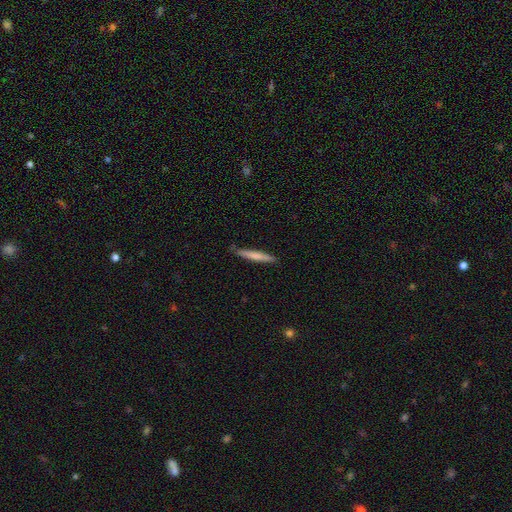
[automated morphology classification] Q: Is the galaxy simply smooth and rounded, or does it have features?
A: smooth — 68%.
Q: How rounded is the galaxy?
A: cigar-shaped — 95%.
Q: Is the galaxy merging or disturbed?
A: none — 83%.